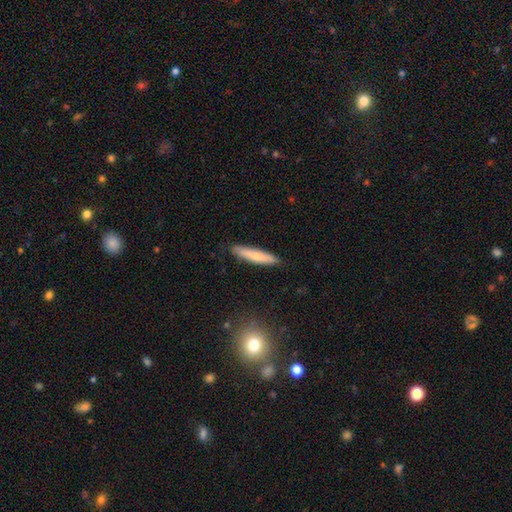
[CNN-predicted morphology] The model was most divided on "smooth or featured": smooth: 71%, featured or disk: 22%, star or artifact: 6%. More confident: how rounded — cigar-shaped (89%); merging — none (89%).